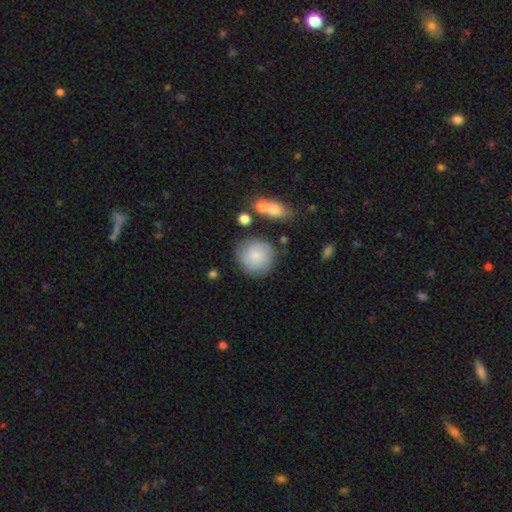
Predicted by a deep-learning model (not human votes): Smooth or featured? smooth (78%)
How rounded? round (91%)
Merging? none (77%)